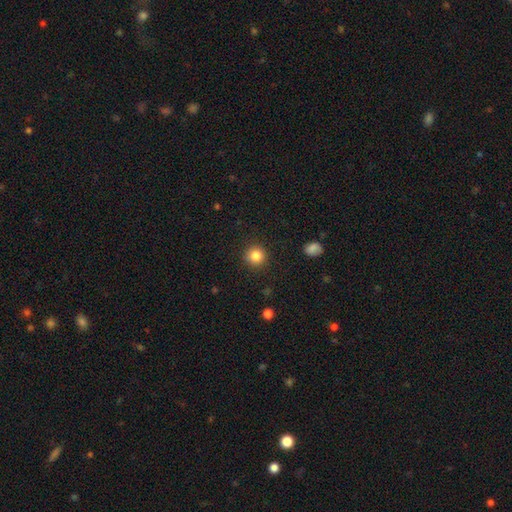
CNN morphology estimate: A smooth galaxy with no disk features (84%) that is round (94%).

Vote fractions:
- Smooth or featured? smooth: 84% / star or artifact: 11% / featured or disk: 5%
- How rounded? round: 94% / in between: 5% / cigar-shaped: 1%
- Merging? none: 91% / minor disturbance: 6% / major disturbance: 2% / merger: 1%